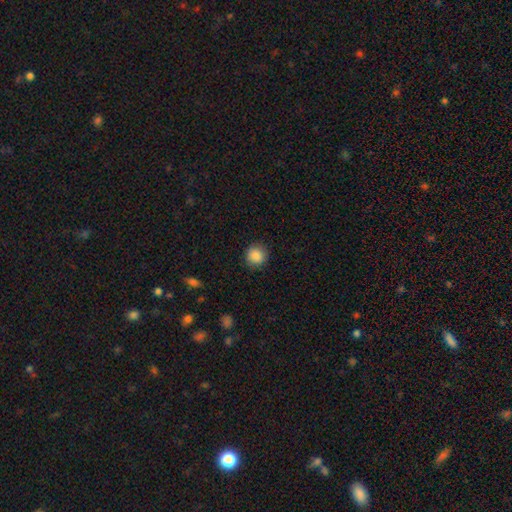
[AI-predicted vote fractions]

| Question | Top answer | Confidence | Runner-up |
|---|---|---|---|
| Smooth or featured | smooth | 88% | star or artifact (9%) |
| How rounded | round | 91% | in between (8%) |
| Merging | none | 88% | minor disturbance (8%) |